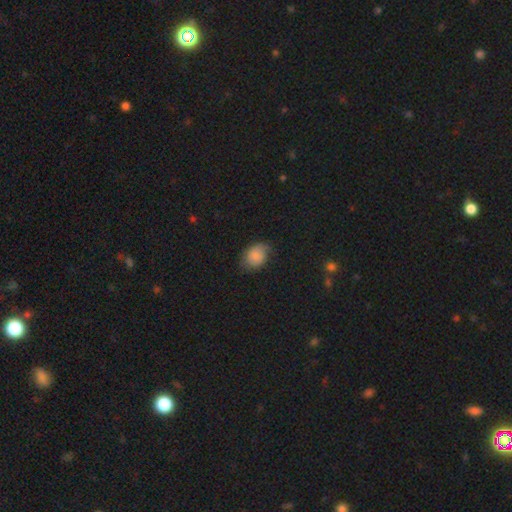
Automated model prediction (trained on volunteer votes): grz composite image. It shows a smooth galaxy with no disk features (82%) that is in between round and cigar-shaped (69%). Merging: none (64%).